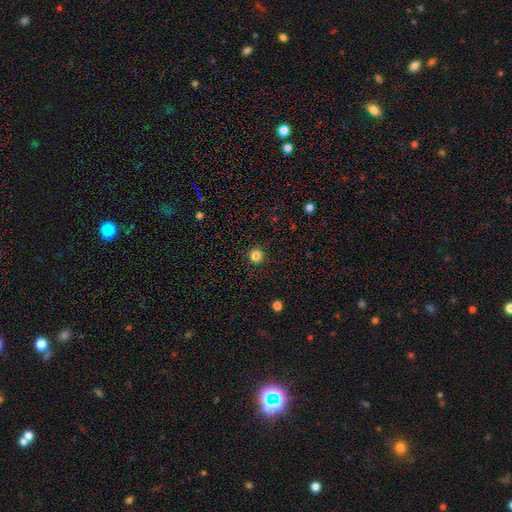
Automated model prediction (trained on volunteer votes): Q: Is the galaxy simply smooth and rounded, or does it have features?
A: smooth — 84%.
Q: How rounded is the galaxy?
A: round — 95%.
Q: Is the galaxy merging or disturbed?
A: none — 92%.